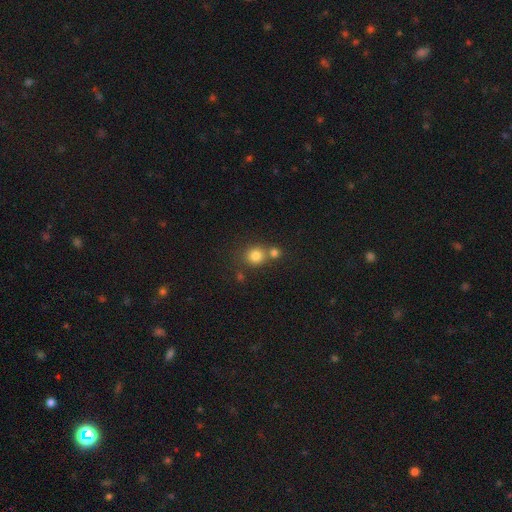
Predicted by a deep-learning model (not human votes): The model was most divided on "merging": none: 54%, merger: 35%, minor disturbance: 8%, major disturbance: 3%. More confident: how rounded — round (85%); smooth or featured — smooth (79%).